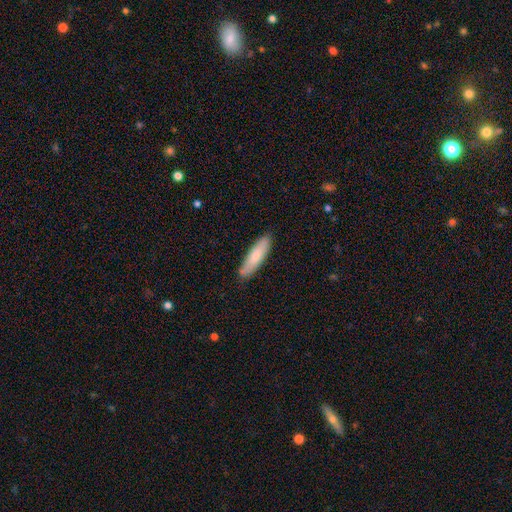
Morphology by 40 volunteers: A smooth galaxy with no disk features (65%) that is cigar-shaped (88%). Merging: none (92%).